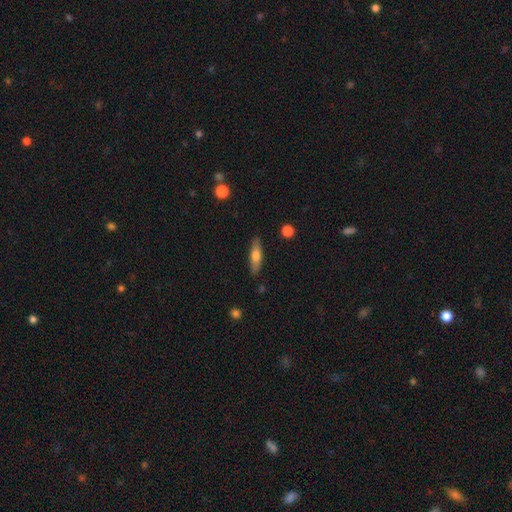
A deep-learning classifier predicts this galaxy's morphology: This is possibly a smooth galaxy (60%). How rounded: likely cigar-shaped (65%). Merging: clearly none (86%).